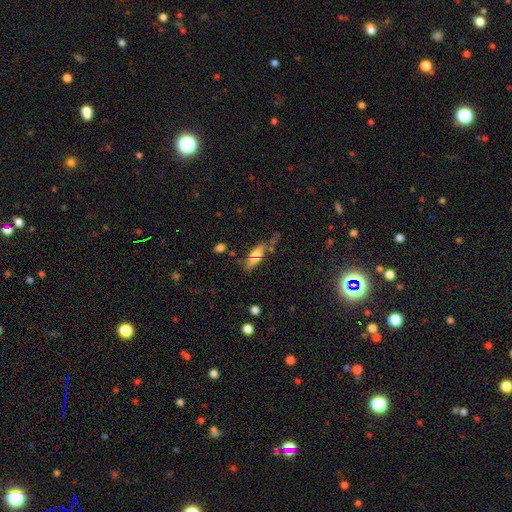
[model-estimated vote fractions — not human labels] smooth 59%, featured or disk 31%, star or artifact 10%. Down the decision tree: how rounded — in between (49%); merging — none (58%).